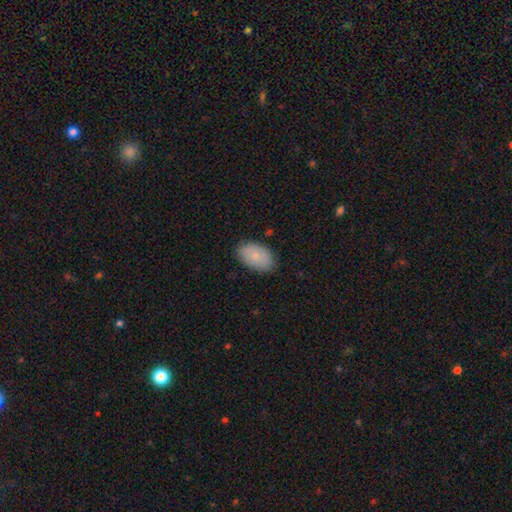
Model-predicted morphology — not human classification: smooth-or-featured: smooth: 80% | featured or disk: 13% | star or artifact: 7%
  how-rounded: in between: 92% | round: 6% | cigar-shaped: 1%
  merging: none: 83% | minor disturbance: 13% | major disturbance: 3% | merger: 1%